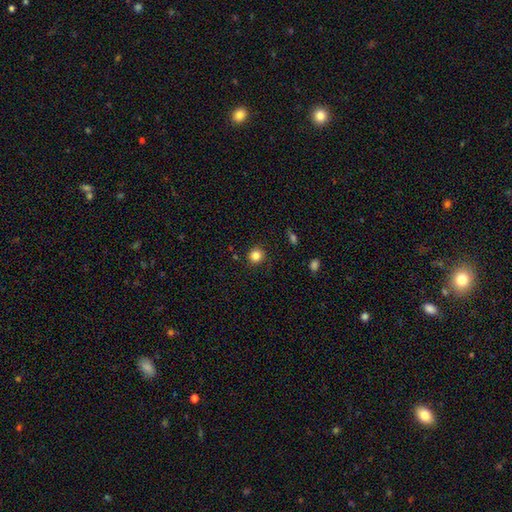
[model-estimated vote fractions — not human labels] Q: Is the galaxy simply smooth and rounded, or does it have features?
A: smooth — 84%.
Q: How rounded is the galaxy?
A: round — 91%.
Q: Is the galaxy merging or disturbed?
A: none — 87%.